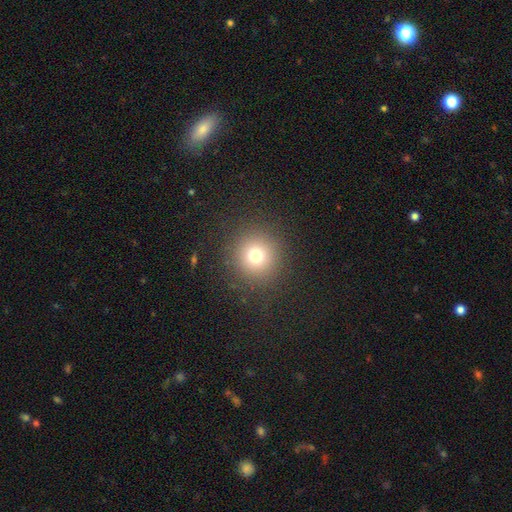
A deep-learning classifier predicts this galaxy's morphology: A smooth galaxy with no disk features (74%) that is round (94%). Merging: none (89%).